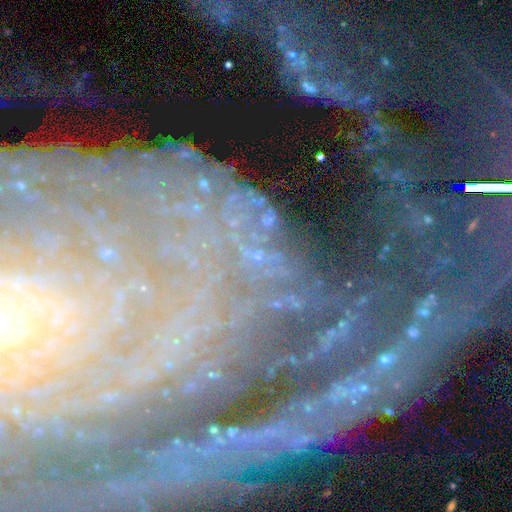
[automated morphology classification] Overall: star or artifact (57%; featured or disk 31%).